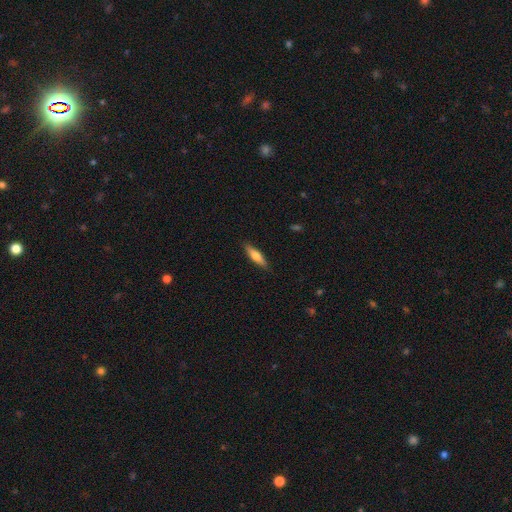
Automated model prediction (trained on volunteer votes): Overall: smooth (62%; featured or disk 32%). How rounded: cigar-shaped (68%; in between 30%). Merging: none (88%).